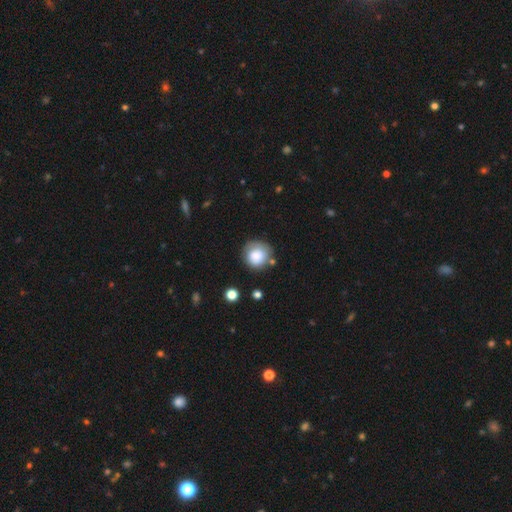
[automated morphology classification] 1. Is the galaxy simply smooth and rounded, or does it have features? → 79% smooth, 13% featured or disk, 8% star or artifact.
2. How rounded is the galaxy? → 91% round, 8% in between, 1% cigar-shaped.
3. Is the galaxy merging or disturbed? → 68% none, 19% minor disturbance, 7% major disturbance, 6% merger.